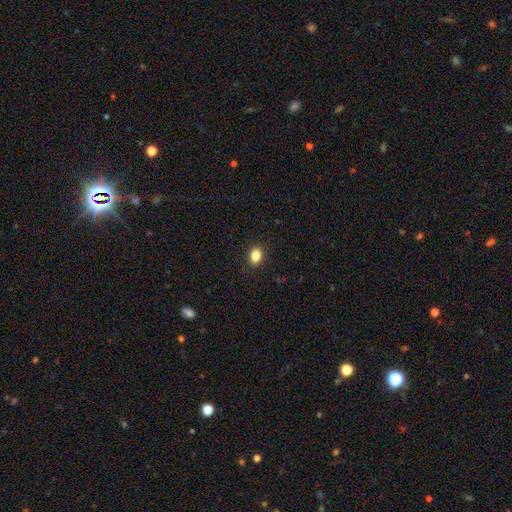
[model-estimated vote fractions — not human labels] Smooth or featured? smooth (85%)
How rounded? in between (53%)
Merging? none (91%)